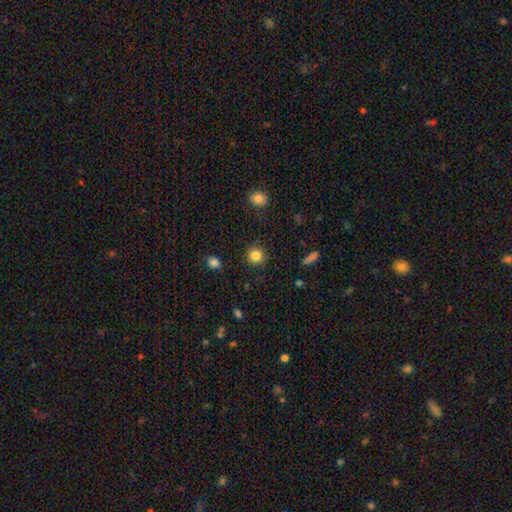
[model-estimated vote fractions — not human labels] Morphology: type=smooth (84%); roundness=round (90%); merging=none (90%).